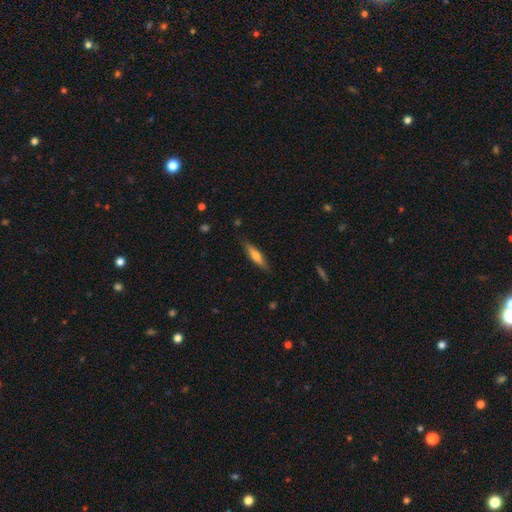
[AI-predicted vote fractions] Q: Smooth or featured?
A: smooth (59%); runner-up: featured or disk (35%)
Q: How rounded?
A: cigar-shaped (78%); runner-up: in between (20%)
Q: Merging?
A: none (86%); runner-up: minor disturbance (11%)